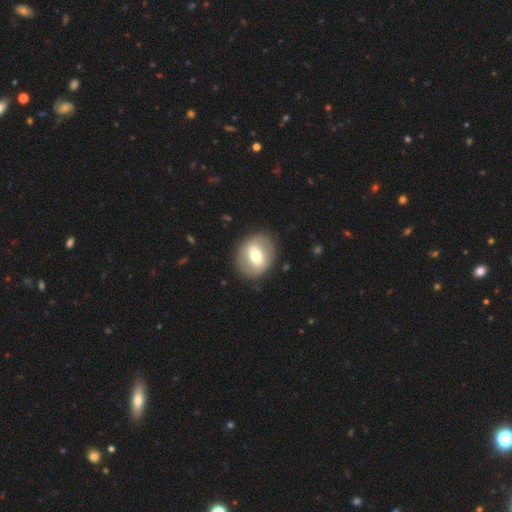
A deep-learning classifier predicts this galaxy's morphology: Q: Smooth or featured?
A: smooth (51%); runner-up: featured or disk (43%)
Q: How rounded?
A: round (61%); runner-up: in between (38%)
Q: Merging?
A: none (84%); runner-up: minor disturbance (10%)